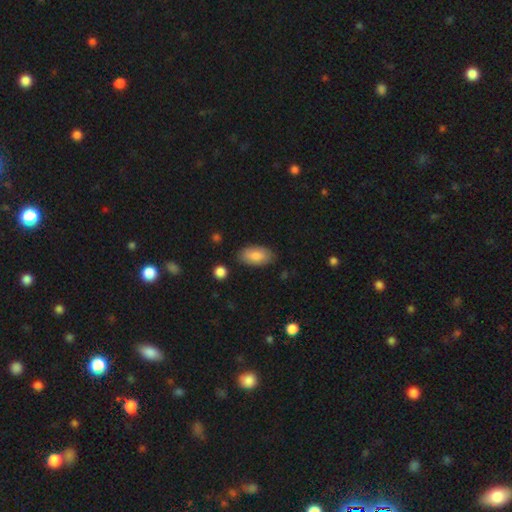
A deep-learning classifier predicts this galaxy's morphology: Smooth or featured: smooth — 82% (featured or disk — 12%)
How rounded: in between — 94% (cigar-shaped — 3%)
Merging: none — 84% (minor disturbance — 12%)